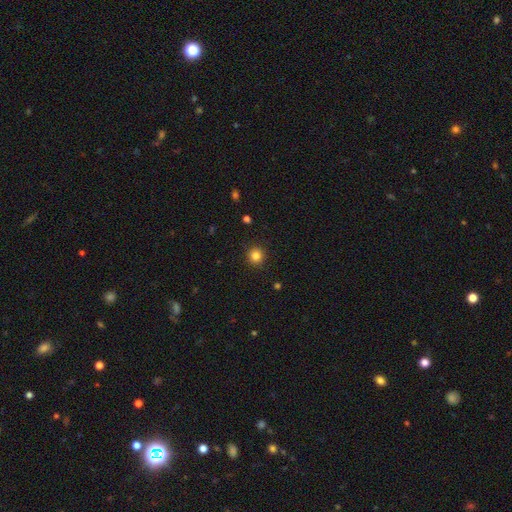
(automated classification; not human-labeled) This is clearly a smooth galaxy (84%). How rounded: clearly round (95%). Merging: clearly none (92%).